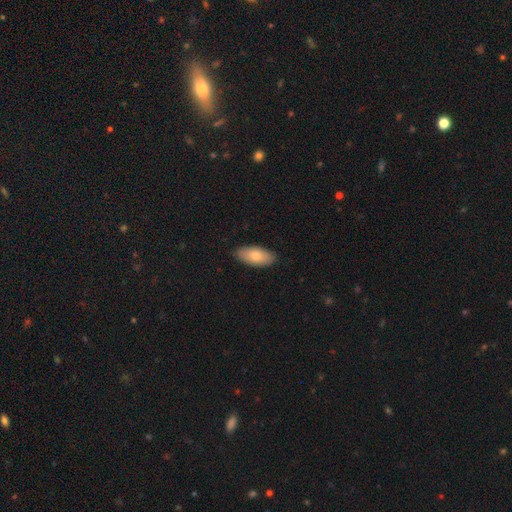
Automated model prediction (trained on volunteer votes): Smooth or featured? Predicted: smooth (p=0.77). How rounded? Predicted: in between (p=0.92). Merging? Predicted: none (p=0.88).